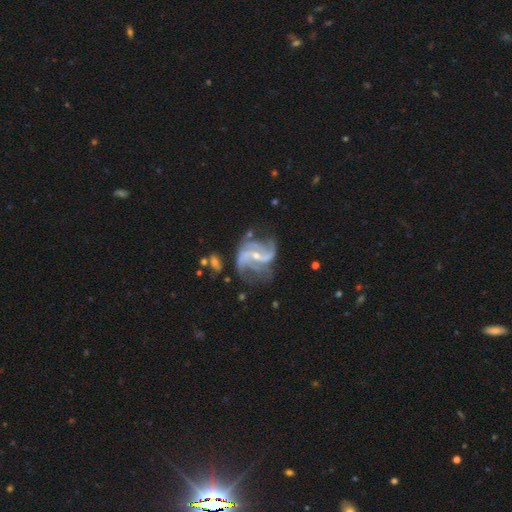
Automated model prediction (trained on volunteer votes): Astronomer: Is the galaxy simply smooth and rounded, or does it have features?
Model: featured or disk — 91%.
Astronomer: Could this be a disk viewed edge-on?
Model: no — 98%.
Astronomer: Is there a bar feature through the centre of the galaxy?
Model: weak — 41% (runner-up: strong, 35%).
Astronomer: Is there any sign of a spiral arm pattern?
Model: yes — 97%.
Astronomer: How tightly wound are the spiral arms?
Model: loose — 48% (runner-up: medium, 41%).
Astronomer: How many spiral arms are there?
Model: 2 — 51%.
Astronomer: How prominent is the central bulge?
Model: small — 65%.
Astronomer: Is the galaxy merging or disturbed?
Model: none — 54%.